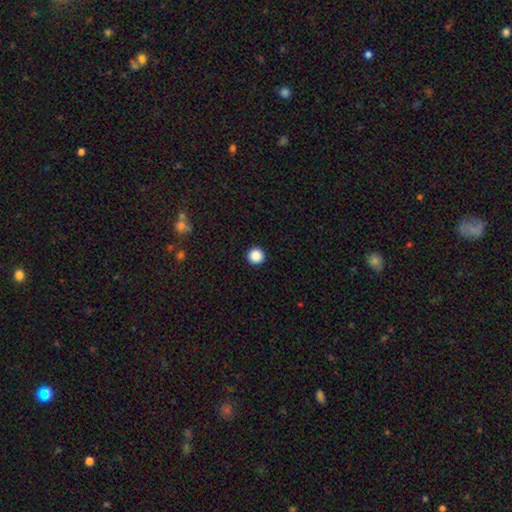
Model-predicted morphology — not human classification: Smooth or featured? Predicted: smooth (p=0.88). How rounded? Predicted: round (p=0.96). Merging? Predicted: none (p=0.94).